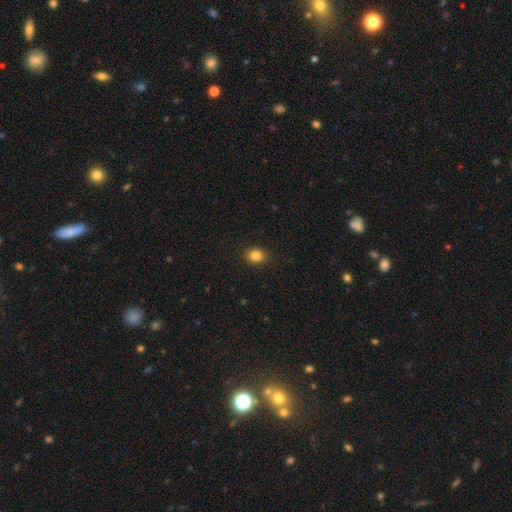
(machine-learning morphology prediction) smooth 84%, star or artifact 11%, featured or disk 5%. Down the decision tree: how rounded — round (55%); merging — none (90%).